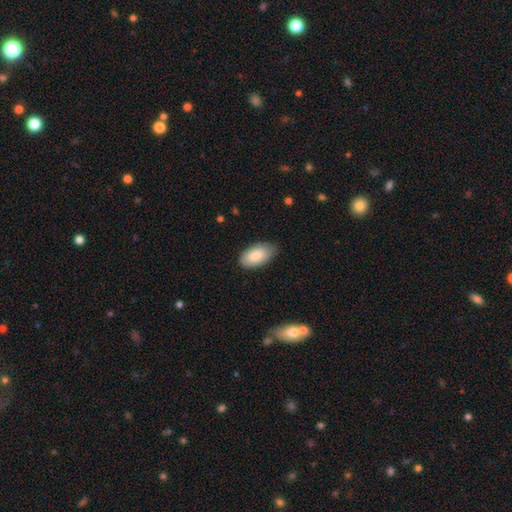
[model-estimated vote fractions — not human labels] Q: Smooth or featured?
A: smooth (83%); runner-up: featured or disk (11%)
Q: How rounded?
A: in between (95%); runner-up: round (3%)
Q: Merging?
A: none (79%); runner-up: minor disturbance (17%)